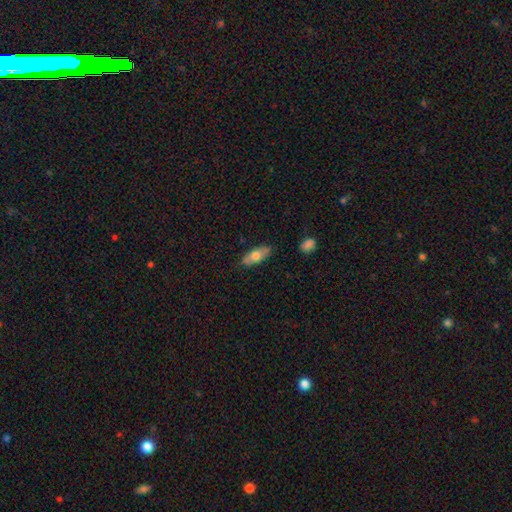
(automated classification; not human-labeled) Smooth or featured? smooth (66%)
How rounded? in between (79%)
Merging? none (83%)